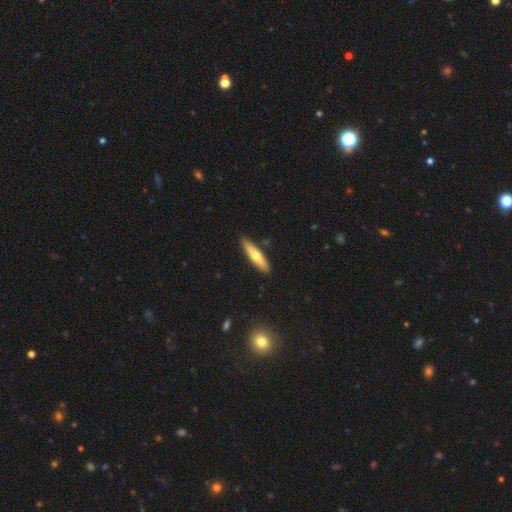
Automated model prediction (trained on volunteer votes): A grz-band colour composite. It shows a smooth galaxy with no disk features (57%) that is cigar-shaped (76%). Merging: none (88%).